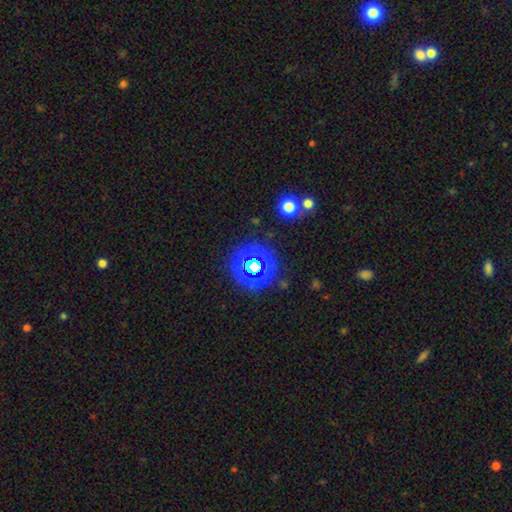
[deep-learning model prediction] Smooth or featured? Predicted: smooth (p=0.56). How rounded? Predicted: round (p=0.94). Merging? Predicted: none (p=0.89).